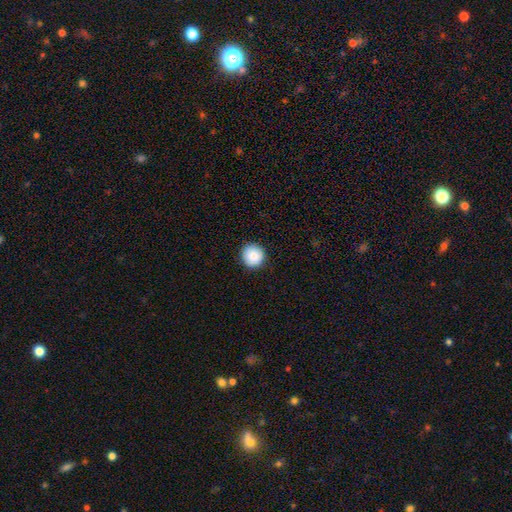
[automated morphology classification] A smooth galaxy with no disk features (87%) that is round (94%).

Vote fractions:
- Smooth or featured? smooth: 87% / star or artifact: 8% / featured or disk: 4%
- How rounded? round: 94% / in between: 5% / cigar-shaped: 1%
- Merging? none: 90% / minor disturbance: 7% / major disturbance: 2% / merger: 1%